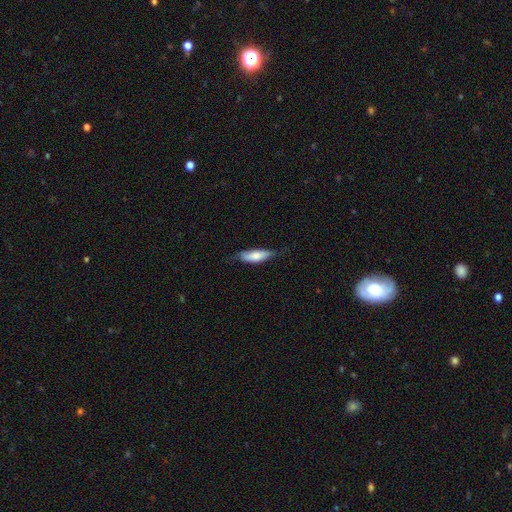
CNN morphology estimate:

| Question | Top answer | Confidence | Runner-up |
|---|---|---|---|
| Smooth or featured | smooth | 74% | featured or disk (21%) |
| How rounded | in between | 58% | cigar-shaped (40%) |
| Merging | none | 69% | minor disturbance (25%) |